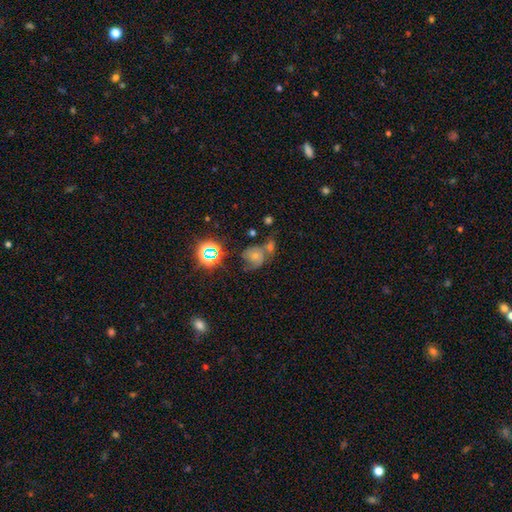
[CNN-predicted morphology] Smooth or featured? Predicted: featured or disk (p=0.44). Merging? Predicted: merger (p=0.33).